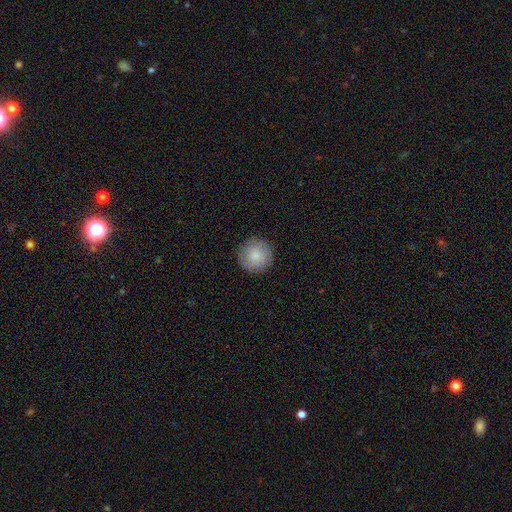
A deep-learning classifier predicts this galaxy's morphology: Smooth or featured? smooth (83%)
How rounded? round (96%)
Merging? none (90%)